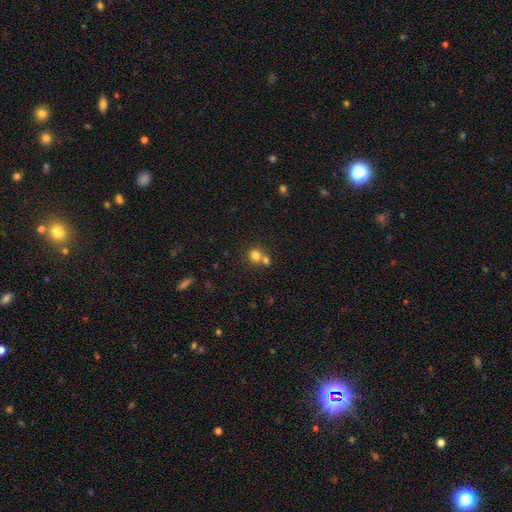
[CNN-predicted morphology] Q: Smooth or featured?
A: smooth (78%); runner-up: star or artifact (13%)
Q: How rounded?
A: round (85%); runner-up: in between (14%)
Q: Merging?
A: none (49%); runner-up: merger (42%)